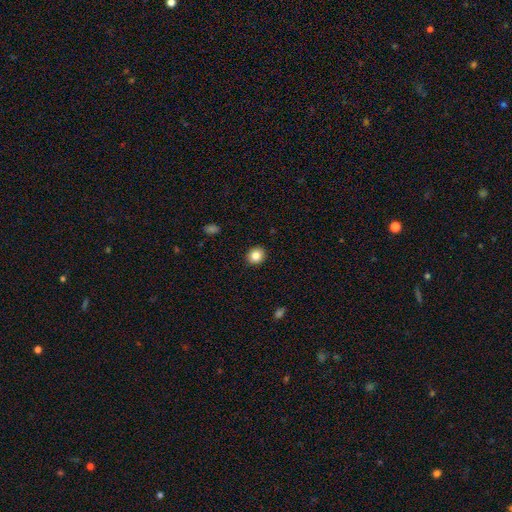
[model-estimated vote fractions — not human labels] Smooth or featured: smooth — 85% (star or artifact — 10%)
How rounded: round — 81% (in between — 18%)
Merging: none — 91% (minor disturbance — 6%)